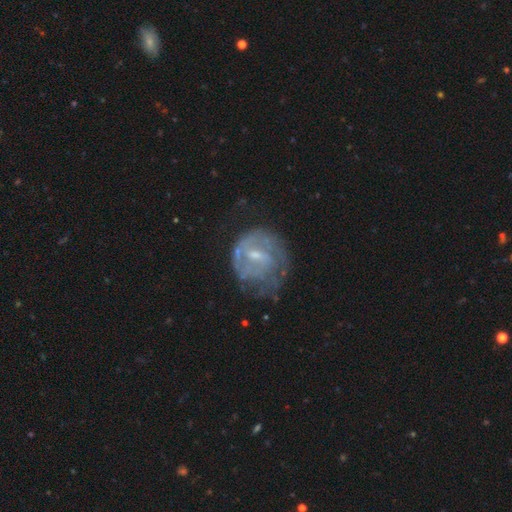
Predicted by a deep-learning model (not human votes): featured or disk 72%, smooth 21%, star or artifact 8%. Down the decision tree: edge-on disk — no (97%); bar — weak (56%); spiral arms — yes (68%); bulge size — small (54%); merging — none (51%).